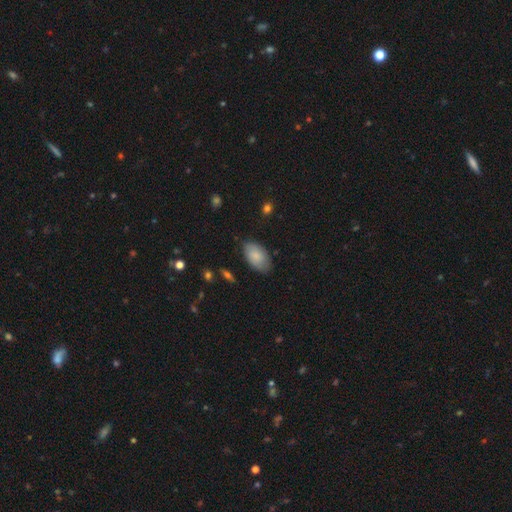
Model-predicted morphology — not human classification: A smooth galaxy with no disk features (80%) that is in between round and cigar-shaped (95%).

Vote fractions:
- Smooth or featured? smooth: 80% / featured or disk: 14% / star or artifact: 6%
- How rounded? in between: 95% / round: 4% / cigar-shaped: 2%
- Merging? none: 78% / minor disturbance: 17% / major disturbance: 3% / merger: 1%